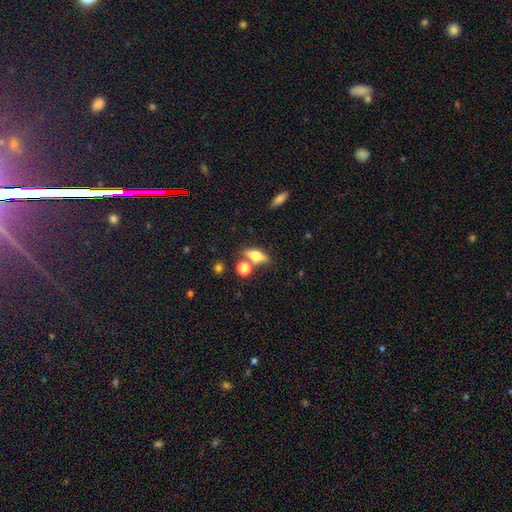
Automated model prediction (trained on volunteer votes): This appears to be a smooth galaxy with no disk features (58%) that is in between round and cigar-shaped (58%). Merging: none (61%).